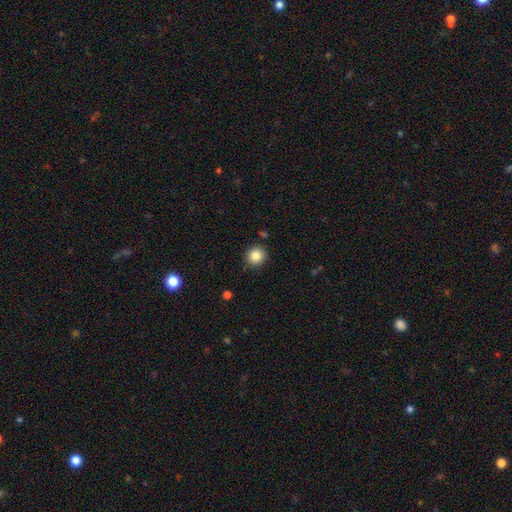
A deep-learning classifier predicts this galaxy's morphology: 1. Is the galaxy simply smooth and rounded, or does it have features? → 85% smooth, 10% star or artifact, 5% featured or disk.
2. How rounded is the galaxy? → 92% round, 7% in between, 1% cigar-shaped.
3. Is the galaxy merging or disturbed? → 87% none, 8% minor disturbance, 2% merger, 2% major disturbance.